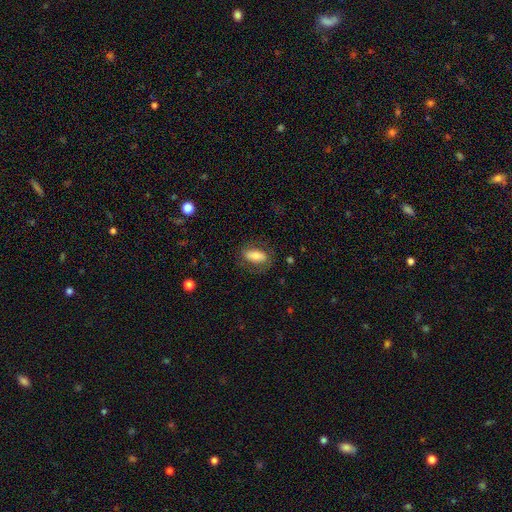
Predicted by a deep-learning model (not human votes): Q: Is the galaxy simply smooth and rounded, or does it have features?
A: smooth — 68%.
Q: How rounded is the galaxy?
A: in between — 82%.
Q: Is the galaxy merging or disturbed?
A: none — 73%.